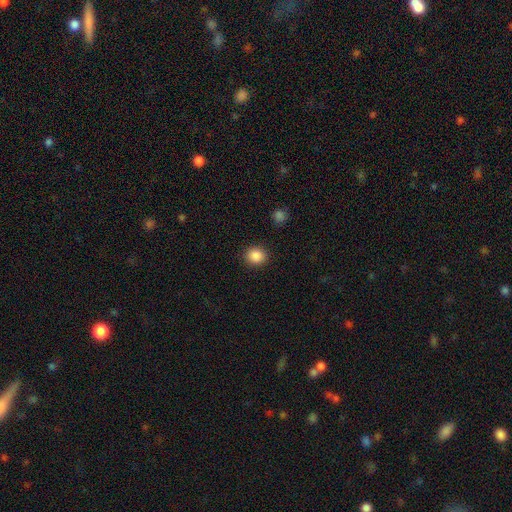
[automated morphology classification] This is clearly a smooth galaxy (87%). How rounded: clearly round (80%). Merging: clearly none (90%).